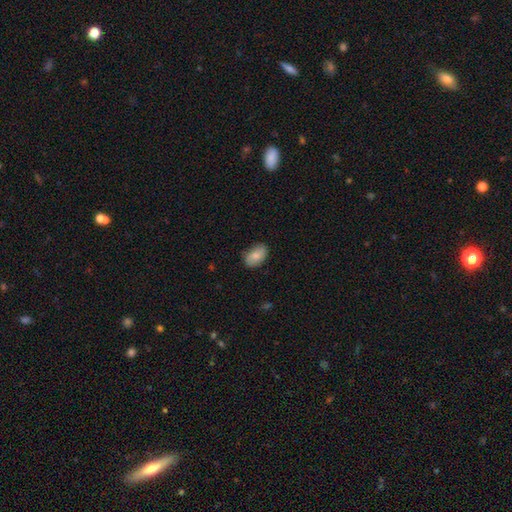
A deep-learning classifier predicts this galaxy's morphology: Smooth or featured?
  - smooth: 80% *
  - featured or disk: 14%
  - star or artifact: 7%
How rounded?
  - in between: 89% *
  - round: 9%
  - cigar-shaped: 1%
Merging?
  - none: 77% *
  - minor disturbance: 19%
  - major disturbance: 3%
  - merger: 1%